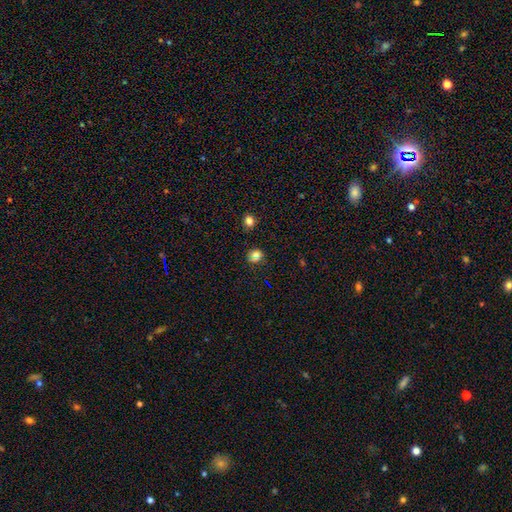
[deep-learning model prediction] smooth_or_featured: smooth (p=0.72) [alt: star or artifact p=0.19]
how_rounded: round (p=0.84) [alt: in between p=0.15]
merging: none (p=0.78) [alt: minor disturbance p=0.13]